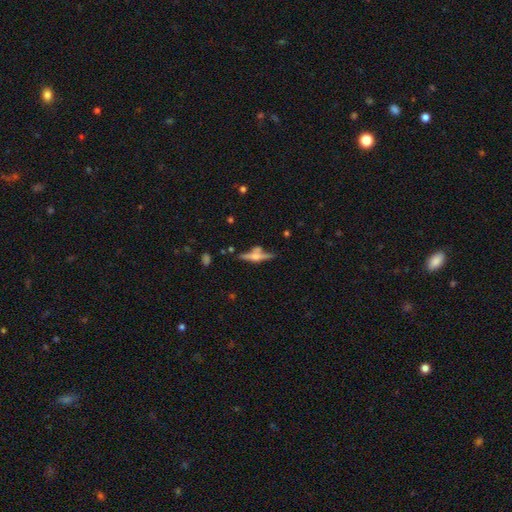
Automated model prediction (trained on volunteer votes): smooth_or_featured: featured or disk (p=0.67) [alt: smooth p=0.24]
disk_edge_on: yes (p=0.95) [alt: no p=0.05]
edge_on_bulge: rounded (p=0.84) [alt: boxy p=0.10]
merging: none (p=0.68) [alt: merger p=0.14]